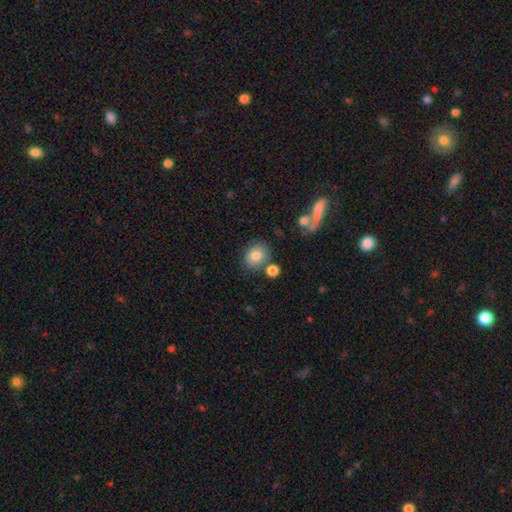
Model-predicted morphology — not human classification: This appears to be a smooth galaxy with no disk features (79%) that is round (63%). Merging: none (70%).